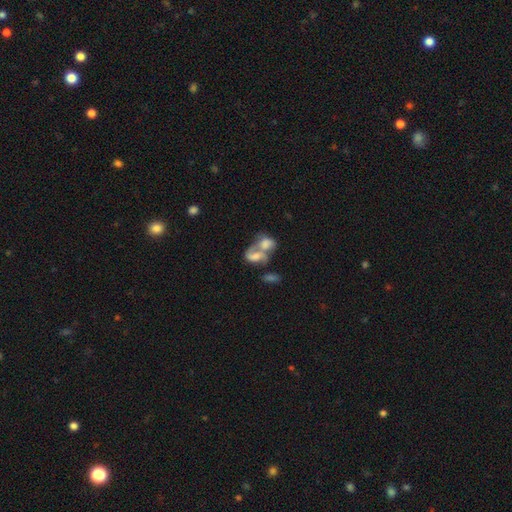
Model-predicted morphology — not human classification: Smooth or featured: featured or disk — 46% (smooth — 42%)
Merging: merger — 70% (none — 14%)